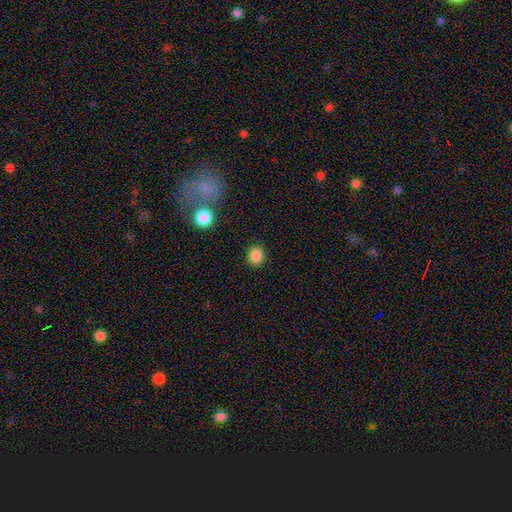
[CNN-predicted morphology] Q: Smooth or featured?
A: smooth (86%); runner-up: star or artifact (10%)
Q: How rounded?
A: round (69%); runner-up: in between (30%)
Q: Merging?
A: none (89%); runner-up: minor disturbance (7%)